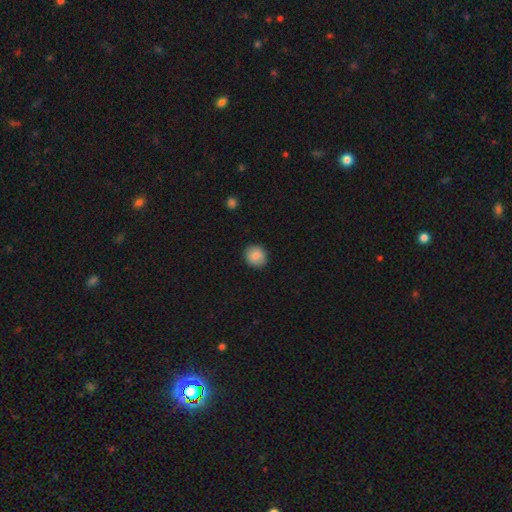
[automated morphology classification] Overall: smooth (86%). How rounded: round (90%). Merging: none (91%).